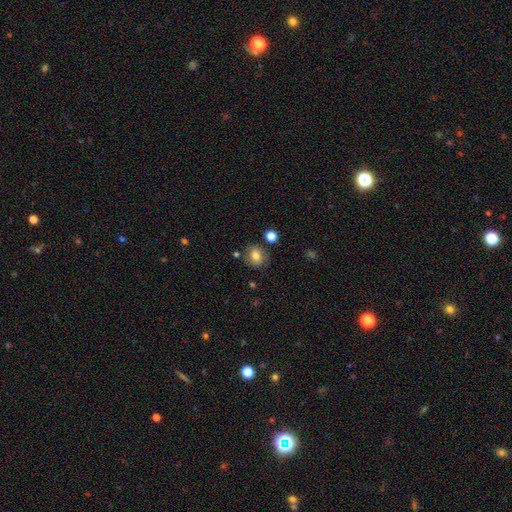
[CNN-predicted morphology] type=smooth (76%); roundness=round (68%); merging=none (78%).